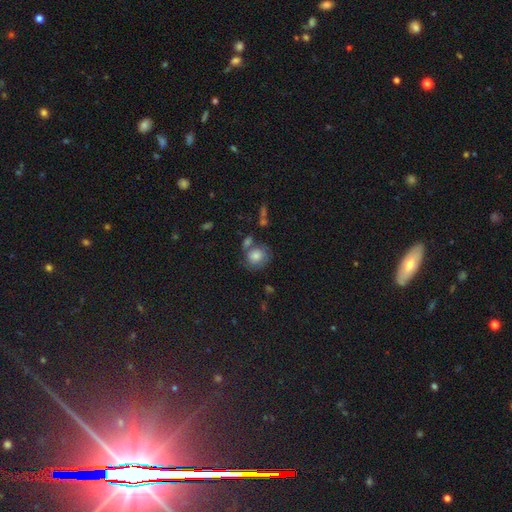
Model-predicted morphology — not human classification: Q: Smooth or featured?
A: smooth (68%); runner-up: featured or disk (23%)
Q: How rounded?
A: round (68%); runner-up: in between (31%)
Q: Merging?
A: none (49%); runner-up: minor disturbance (20%)